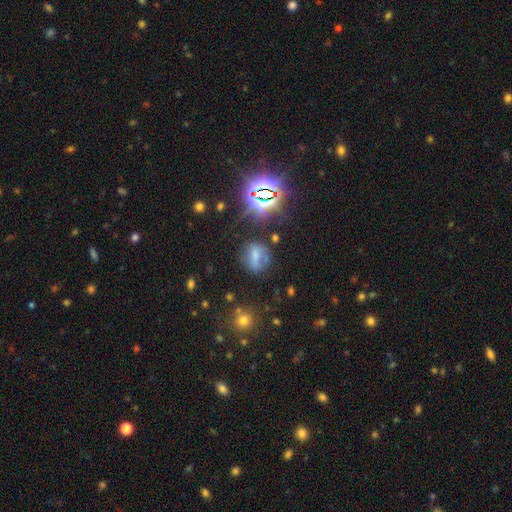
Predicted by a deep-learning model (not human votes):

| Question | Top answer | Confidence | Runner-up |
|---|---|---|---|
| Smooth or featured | smooth | 51% | star or artifact (27%) |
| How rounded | in between | 51% | round (45%) |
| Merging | none | 58% | minor disturbance (22%) |